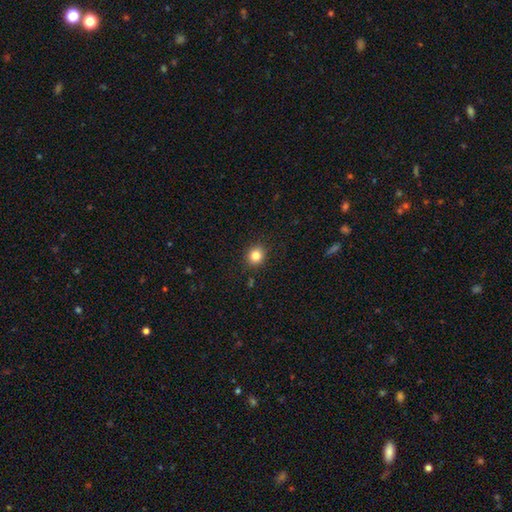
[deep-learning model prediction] A smooth galaxy with no disk features (82%) that is round (82%).

Vote fractions:
- Smooth or featured? smooth: 82% / star or artifact: 12% / featured or disk: 6%
- How rounded? round: 82% / in between: 17% / cigar-shaped: 1%
- Merging? none: 89% / minor disturbance: 7% / major disturbance: 2% / merger: 1%